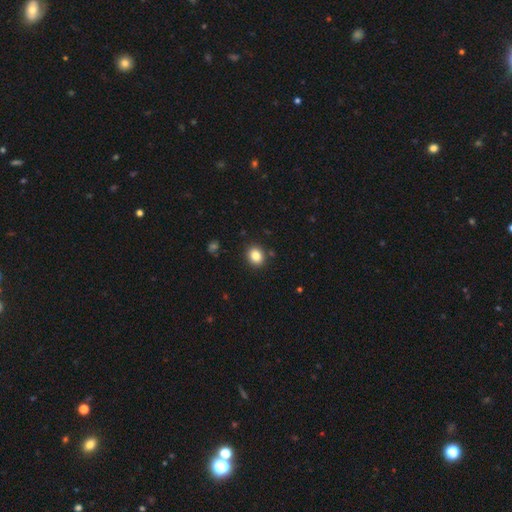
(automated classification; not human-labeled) smooth_or_featured: smooth (p=0.85) [alt: star or artifact p=0.10]
how_rounded: round (p=0.60) [alt: in between p=0.39]
merging: none (p=0.88) [alt: minor disturbance p=0.08]